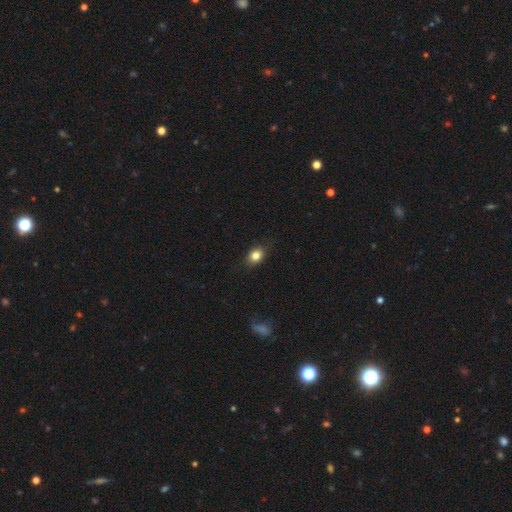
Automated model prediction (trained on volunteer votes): Smooth or featured?
  - smooth: 82% *
  - star or artifact: 10%
  - featured or disk: 8%
How rounded?
  - in between: 60% *
  - round: 38%
  - cigar-shaped: 2%
Merging?
  - none: 82% *
  - minor disturbance: 14%
  - major disturbance: 3%
  - merger: 1%